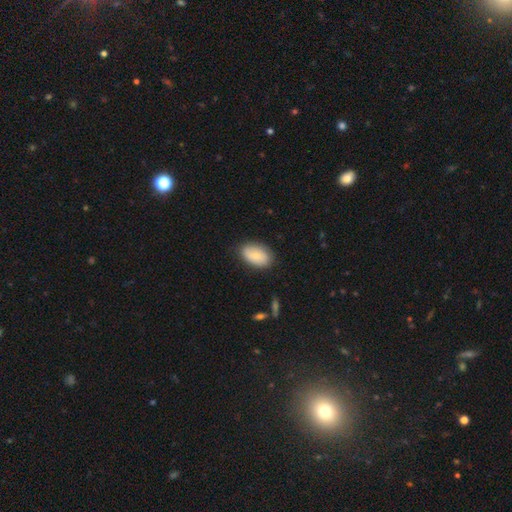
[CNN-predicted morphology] Overall: smooth (78%). How rounded: in between (91%). Merging: none (79%).